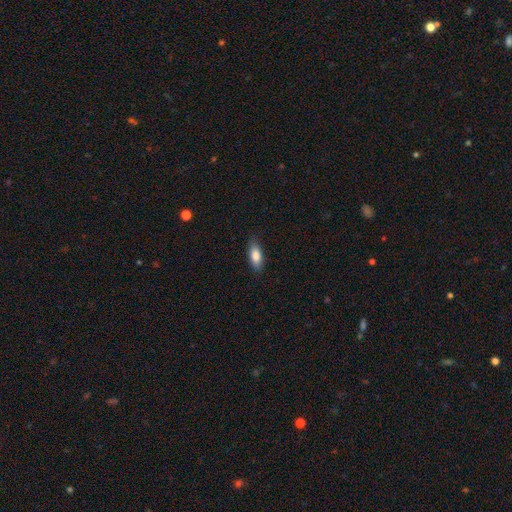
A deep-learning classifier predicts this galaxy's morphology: A smooth galaxy with no disk features (84%) that is in between round and cigar-shaped (77%). Merging: none (85%).